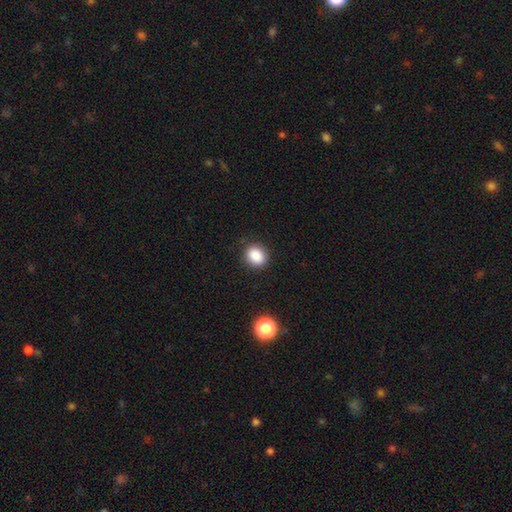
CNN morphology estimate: Smooth or featured: smooth — 87% (star or artifact — 10%)
How rounded: round — 66% (in between — 33%)
Merging: none — 88% (minor disturbance — 8%)